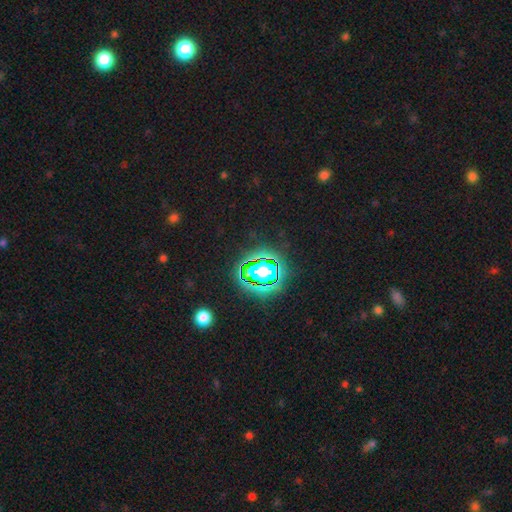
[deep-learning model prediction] Morphology: type=star or artifact (80%).